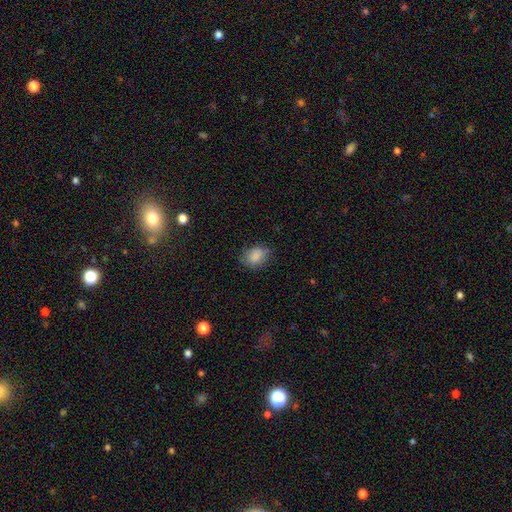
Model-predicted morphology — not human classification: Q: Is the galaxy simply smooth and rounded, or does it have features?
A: smooth — 86%.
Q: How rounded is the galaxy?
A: in between — 65%.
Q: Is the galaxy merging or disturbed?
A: none — 74%.